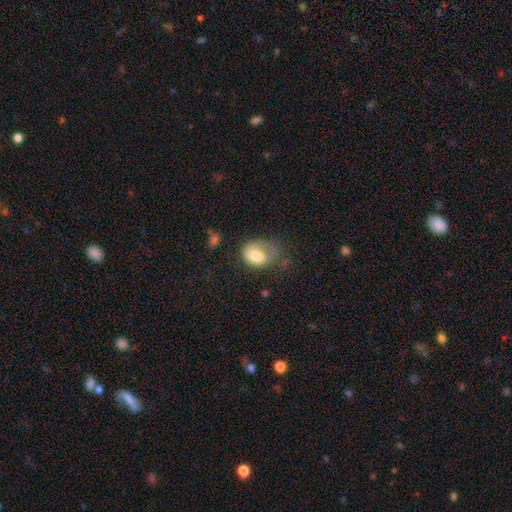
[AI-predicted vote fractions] Morphology: type=smooth (70%); roundness=in between (71%); merging=major disturbance (40%).